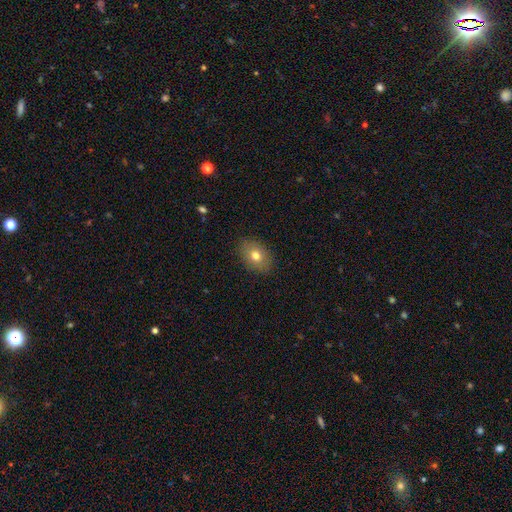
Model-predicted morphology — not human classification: A smooth galaxy with no disk features (75%) that is in between round and cigar-shaped (78%). Merging: none (88%).